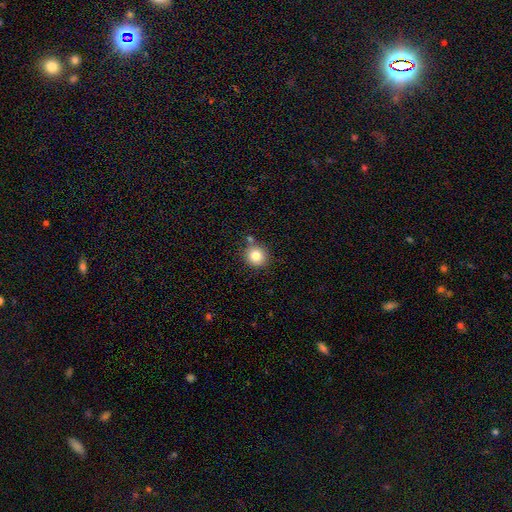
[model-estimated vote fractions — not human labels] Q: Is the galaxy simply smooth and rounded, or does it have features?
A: smooth — 81%.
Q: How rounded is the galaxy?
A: round — 90%.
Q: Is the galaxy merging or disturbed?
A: none — 80%.